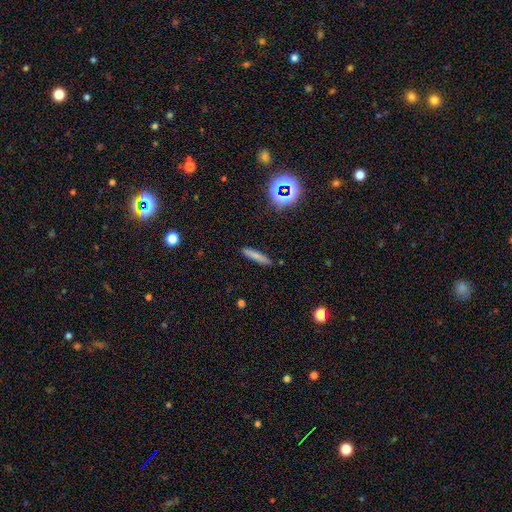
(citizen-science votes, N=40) Smooth or featured?
  - smooth: 80% *
  - featured or disk: 12%
  - star or artifact: 8%
How rounded?
  - cigar-shaped: 97% *
  - in between: 3%
  - round: 0%
Merging?
  - none: 95% *
  - minor disturbance: 3%
  - major disturbance: 3%
  - merger: 0%